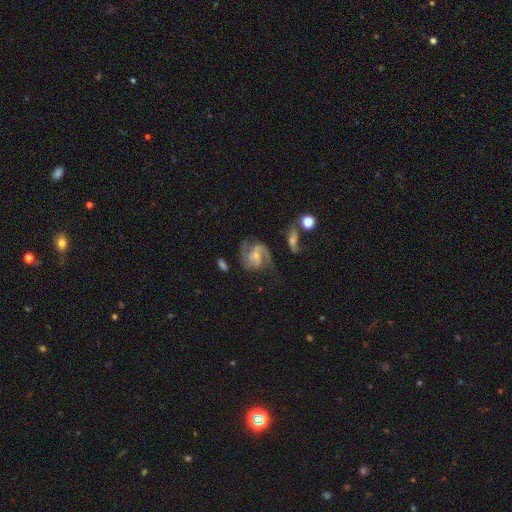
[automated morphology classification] smooth_or_featured: featured or disk (p=0.84) [alt: smooth p=0.10]
disk_edge_on: no (p=0.98) [alt: yes p=0.02]
bar: no (p=0.52) [alt: weak p=0.39]
has_spiral_arms: yes (p=0.96) [alt: no p=0.04]
spiral_winding: medium (p=0.53) [alt: tight p=0.23]
spiral_arm_count: 2 (p=0.69) [alt: 3 p=0.14]
bulge_size: small (p=0.61) [alt: moderate p=0.28]
merging: none (p=0.60) [alt: minor disturbance p=0.20]